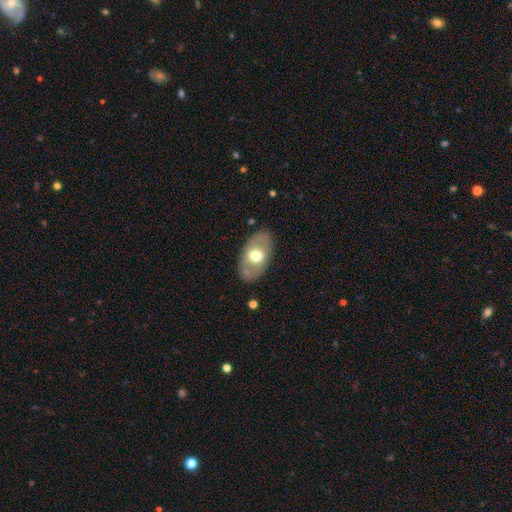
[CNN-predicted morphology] Overall: smooth (54%; featured or disk 40%). How rounded: in between (91%). Merging: none (82%).